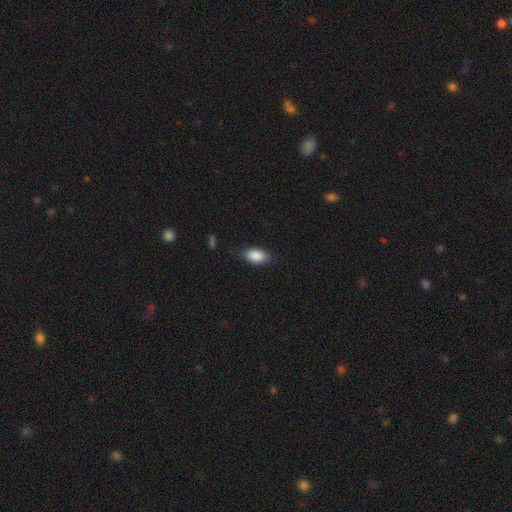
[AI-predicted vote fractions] Smooth or featured? smooth (88%)
How rounded? in between (91%)
Merging? none (79%)